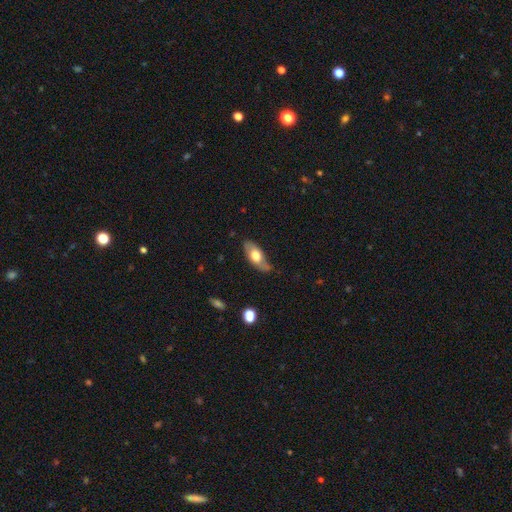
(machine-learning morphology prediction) This appears to be a smooth galaxy with no disk features (56%) that is in between round and cigar-shaped (85%). Merging: none (69%).